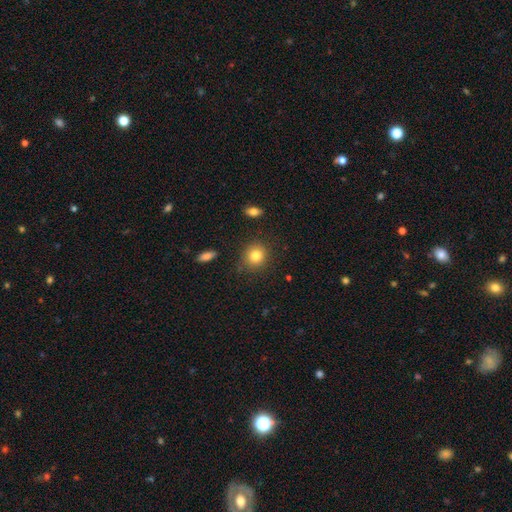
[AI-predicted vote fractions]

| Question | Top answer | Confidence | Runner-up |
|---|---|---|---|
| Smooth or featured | smooth | 82% | star or artifact (10%) |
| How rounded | round | 85% | in between (14%) |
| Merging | none | 85% | minor disturbance (10%) |